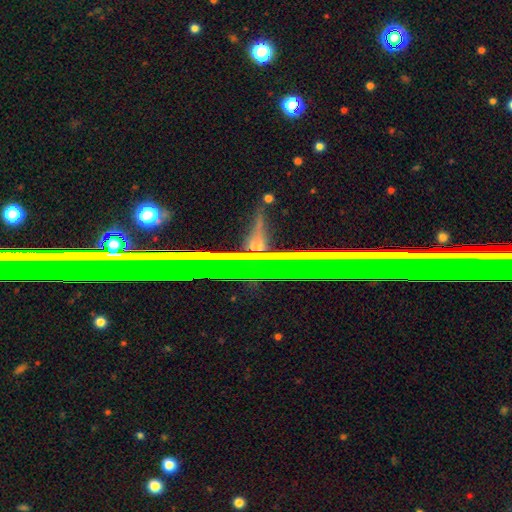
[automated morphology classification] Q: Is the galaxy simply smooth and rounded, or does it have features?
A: star or artifact — 70%.